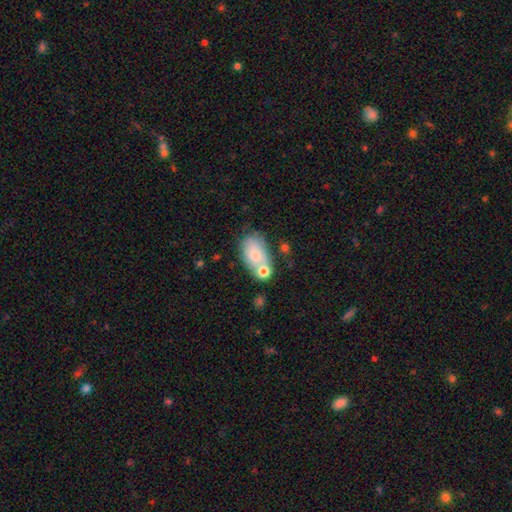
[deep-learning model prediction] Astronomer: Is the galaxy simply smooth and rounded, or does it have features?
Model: smooth — 74%.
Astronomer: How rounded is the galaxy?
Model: in between — 90%.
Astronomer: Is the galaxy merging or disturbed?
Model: none — 42% (runner-up: merger, 31%).